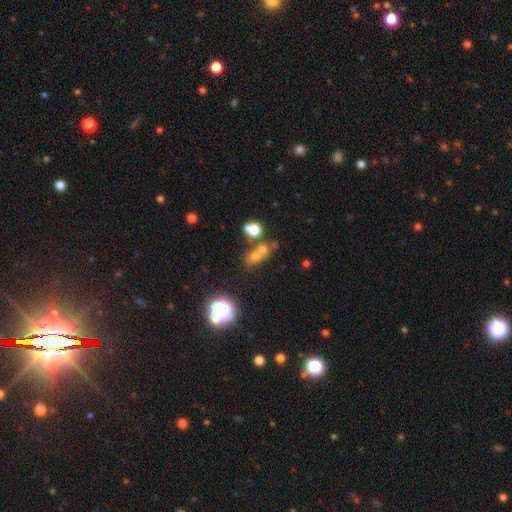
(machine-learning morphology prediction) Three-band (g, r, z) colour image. It shows a smooth galaxy with no disk features (56%) that is round (55%). Merging: merger (46%).